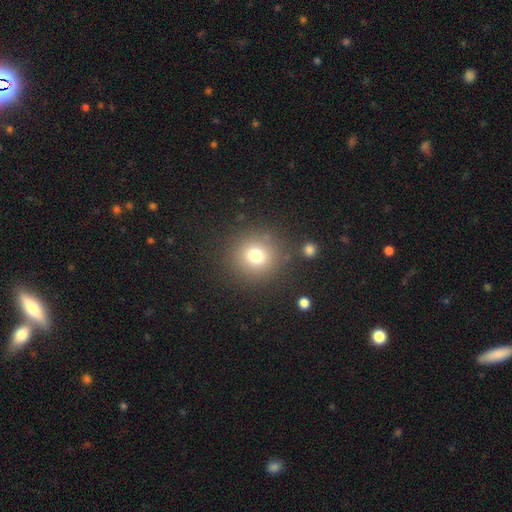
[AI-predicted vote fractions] Smooth or featured? Predicted: smooth (p=0.75). How rounded? Predicted: round (p=0.92). Merging? Predicted: none (p=0.86).